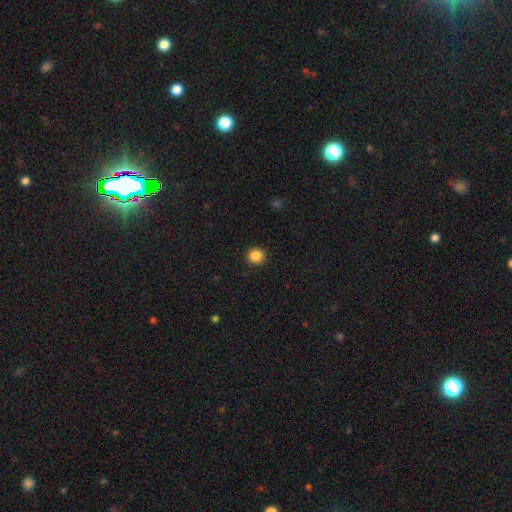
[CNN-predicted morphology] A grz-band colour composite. It shows a smooth galaxy with no disk features (87%) that is round (94%). Merging: none (92%).